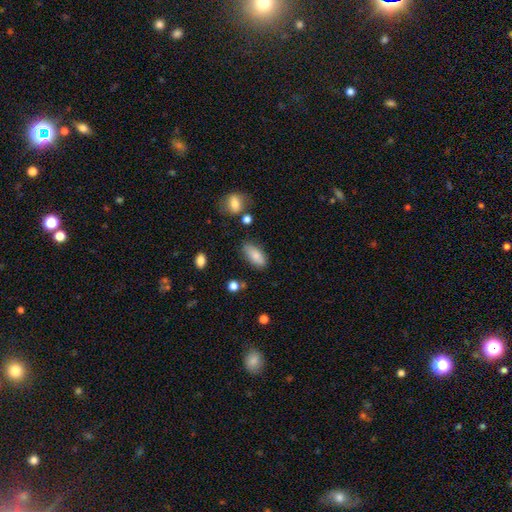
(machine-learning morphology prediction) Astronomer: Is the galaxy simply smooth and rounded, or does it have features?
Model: smooth — 81%.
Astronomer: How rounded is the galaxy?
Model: in between — 86%.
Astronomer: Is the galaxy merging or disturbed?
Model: none — 75%.